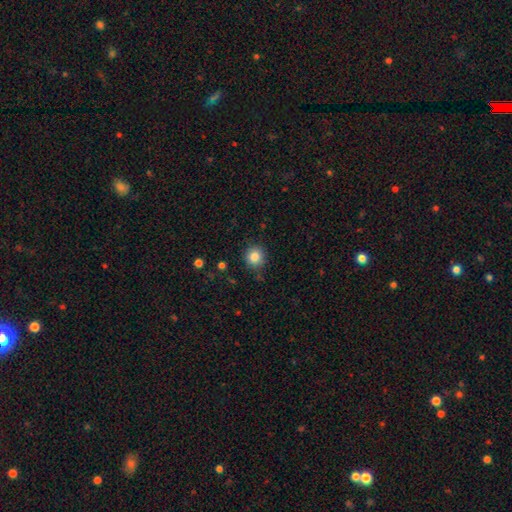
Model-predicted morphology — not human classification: The model was most divided on "merging": none: 84%, minor disturbance: 11%, major disturbance: 3%, merger: 2%. More confident: how rounded — round (88%); smooth or featured — smooth (85%).